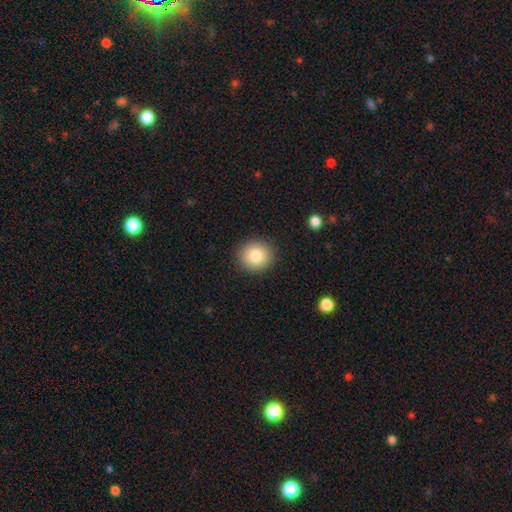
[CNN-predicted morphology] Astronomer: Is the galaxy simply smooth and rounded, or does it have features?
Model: smooth — 83%.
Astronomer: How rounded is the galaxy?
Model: round — 86%.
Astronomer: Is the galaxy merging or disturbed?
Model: none — 91%.